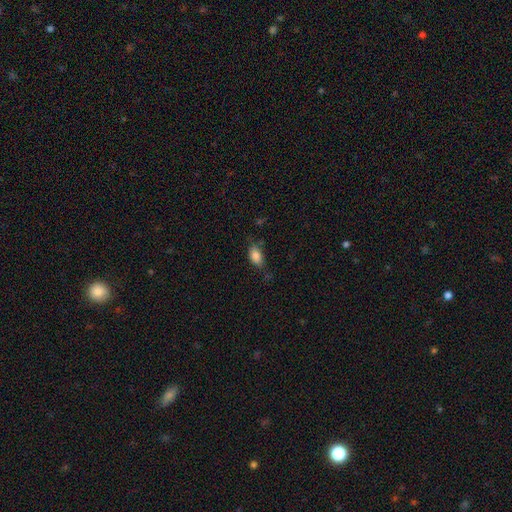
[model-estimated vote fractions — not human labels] Q: Smooth or featured?
A: smooth (86%); runner-up: star or artifact (8%)
Q: How rounded?
A: in between (90%); runner-up: round (7%)
Q: Merging?
A: none (72%); runner-up: minor disturbance (20%)